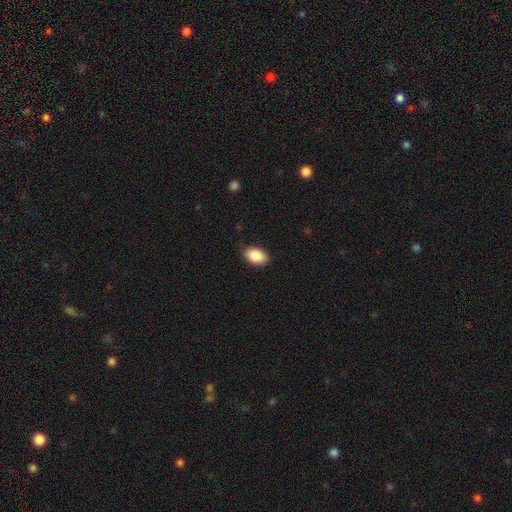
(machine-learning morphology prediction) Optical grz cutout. It shows a smooth galaxy with no disk features (88%) that is in between round and cigar-shaped (91%). Merging: none (82%).